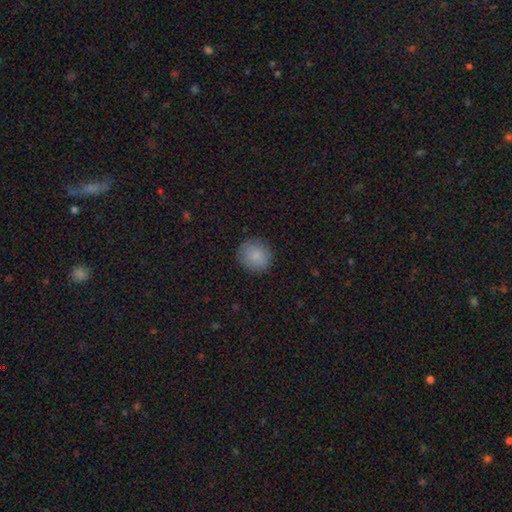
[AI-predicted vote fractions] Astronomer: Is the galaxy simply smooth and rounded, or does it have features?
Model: smooth — 86%.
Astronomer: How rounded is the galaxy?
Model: round — 89%.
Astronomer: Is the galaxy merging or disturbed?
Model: none — 87%.